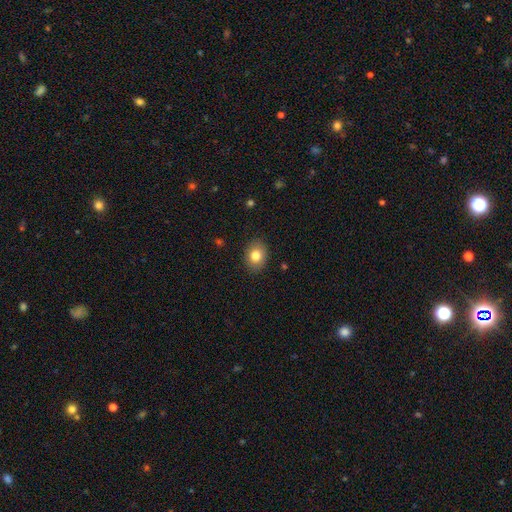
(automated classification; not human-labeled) Overall: smooth (81%). How rounded: in between (58%; round 41%). Merging: none (88%).